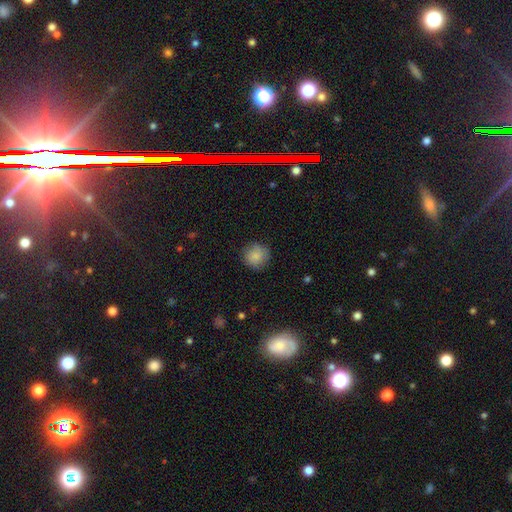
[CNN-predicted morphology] Q: Smooth or featured?
A: smooth (85%); runner-up: star or artifact (8%)
Q: How rounded?
A: round (91%); runner-up: in between (8%)
Q: Merging?
A: none (83%); runner-up: minor disturbance (13%)